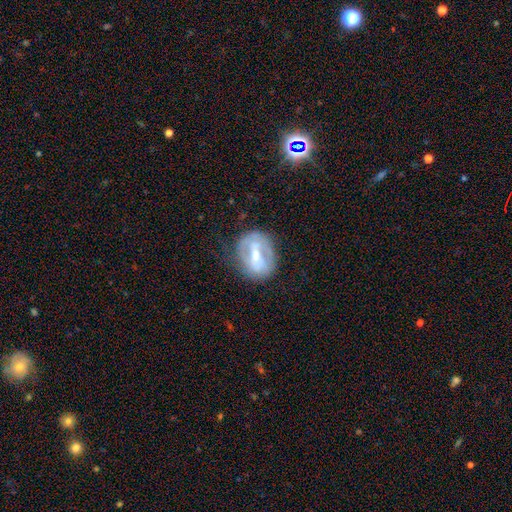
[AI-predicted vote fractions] A featured or disk galaxy (66%) with a strong bar (43%), spiral arms (57%) and a moderate central bulge (62%). Merging: none (65%).